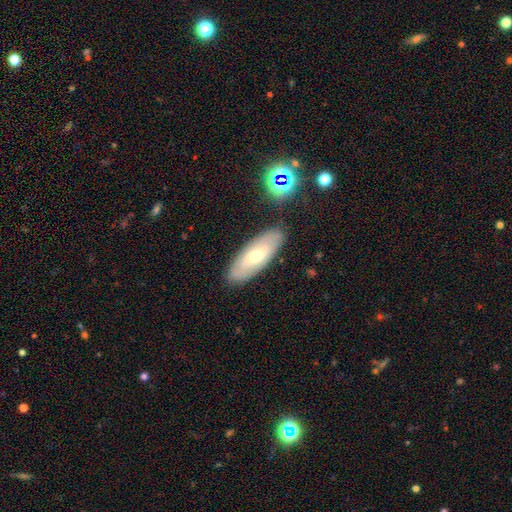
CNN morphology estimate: This is possibly a featured or disk galaxy (50%). It is likely not viewed edge-on (77%). Merging: clearly none (86%).